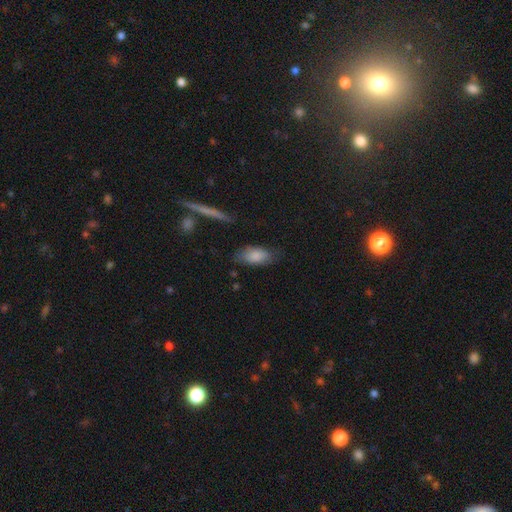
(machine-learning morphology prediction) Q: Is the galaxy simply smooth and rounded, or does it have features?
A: smooth — 82%.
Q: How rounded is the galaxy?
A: in between — 89%.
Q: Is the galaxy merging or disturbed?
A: none — 67%.